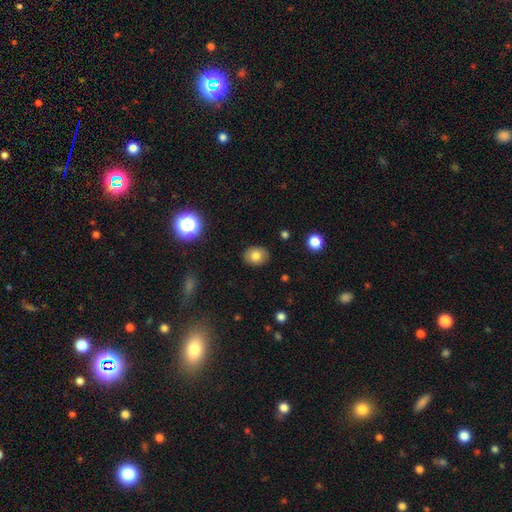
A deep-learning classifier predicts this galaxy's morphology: This is likely a smooth galaxy (79%). How rounded: possibly round (53%). Merging: clearly none (87%).